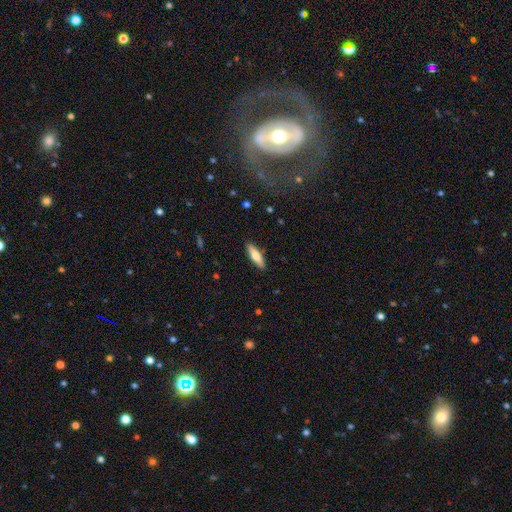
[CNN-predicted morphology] This appears to be a smooth galaxy with no disk features (69%) that is cigar-shaped (57%). Merging: none (89%).